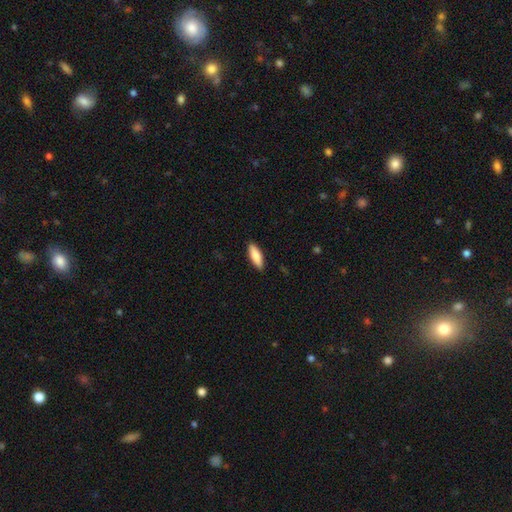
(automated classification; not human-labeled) The model was most divided on "how rounded": in between: 58%, cigar-shaped: 40%, round: 2%. More confident: merging — none (89%); smooth or featured — smooth (82%).